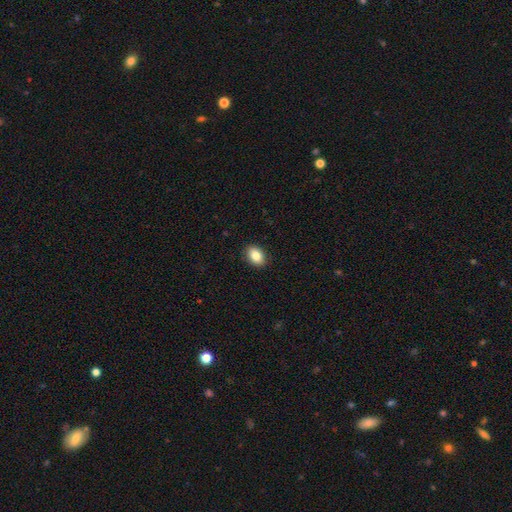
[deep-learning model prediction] smooth-or-featured: smooth: 85% | star or artifact: 8% | featured or disk: 7%
  how-rounded: in between: 82% | round: 16% | cigar-shaped: 1%
  merging: none: 89% | minor disturbance: 8% | major disturbance: 2% | merger: 1%